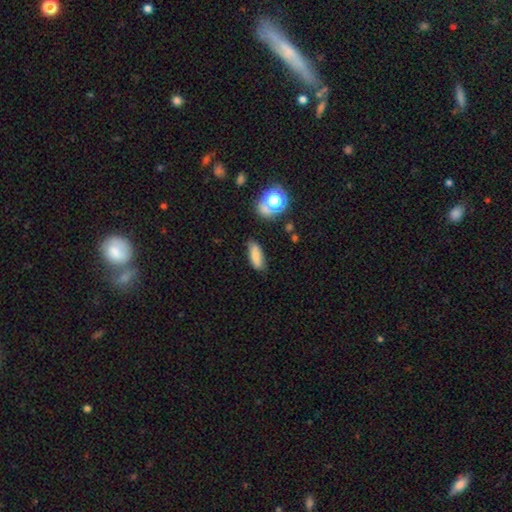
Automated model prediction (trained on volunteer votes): This appears to be a smooth galaxy with no disk features (78%) that is in between round and cigar-shaped (62%). Merging: none (77%).